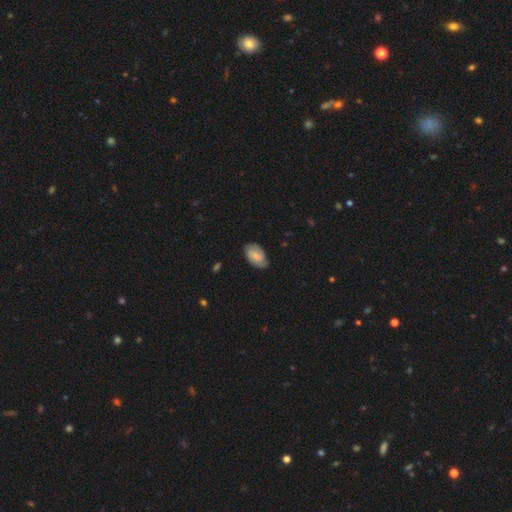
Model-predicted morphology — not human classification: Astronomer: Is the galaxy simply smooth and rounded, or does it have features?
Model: smooth — 59% (runner-up: featured or disk, 35%).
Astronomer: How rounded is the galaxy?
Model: in between — 92%.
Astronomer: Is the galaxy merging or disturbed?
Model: none — 77%.